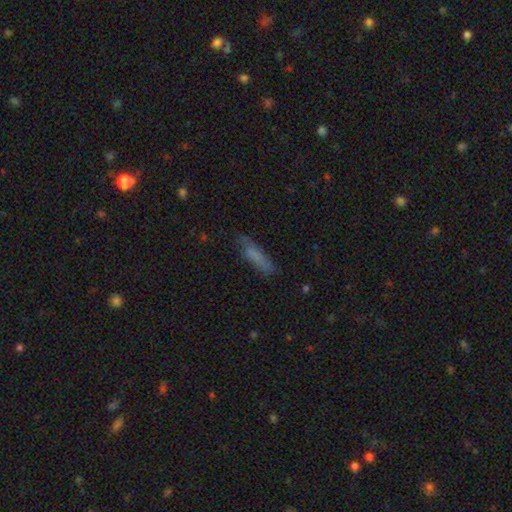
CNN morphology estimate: Smooth or featured? smooth (71%)
How rounded? cigar-shaped (74%)
Merging? none (71%)